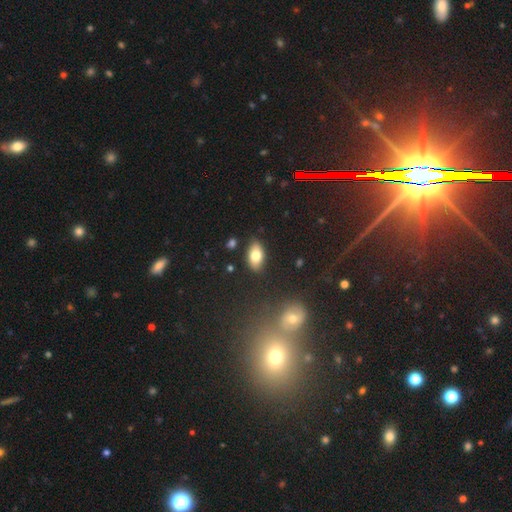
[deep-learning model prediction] smooth_or_featured: smooth (p=0.78) [alt: featured or disk p=0.14]
how_rounded: in between (p=0.92) [alt: round p=0.05]
merging: none (p=0.86) [alt: minor disturbance p=0.10]